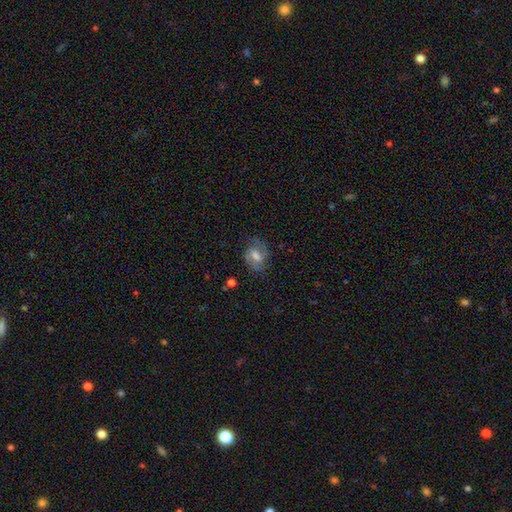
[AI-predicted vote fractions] This appears to be a featured or disk galaxy (57%) with a weak bar (49%), spiral arms (81%) and a moderate central bulge (46%). Merging: none (67%).